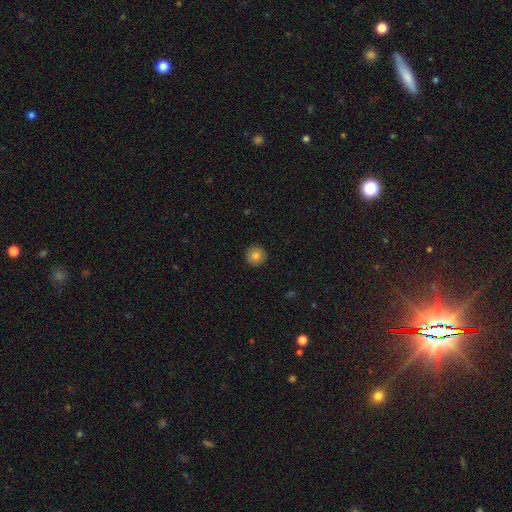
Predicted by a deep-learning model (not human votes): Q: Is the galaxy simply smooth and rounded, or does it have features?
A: smooth — 82%.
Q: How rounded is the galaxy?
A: round — 96%.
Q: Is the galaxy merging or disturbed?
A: none — 92%.